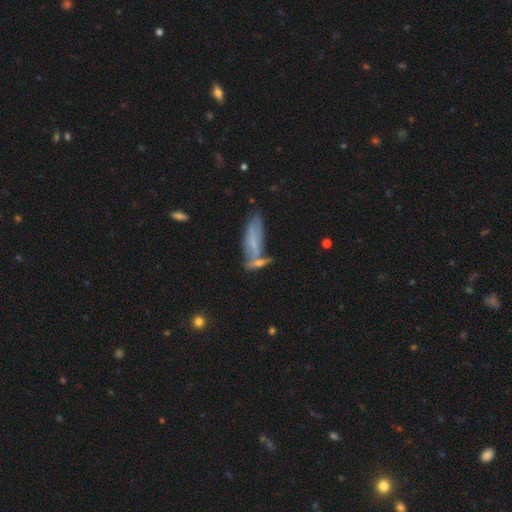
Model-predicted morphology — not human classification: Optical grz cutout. It shows a smooth galaxy with no disk features (54%) that is cigar-shaped (51%). Merging: none (39%).